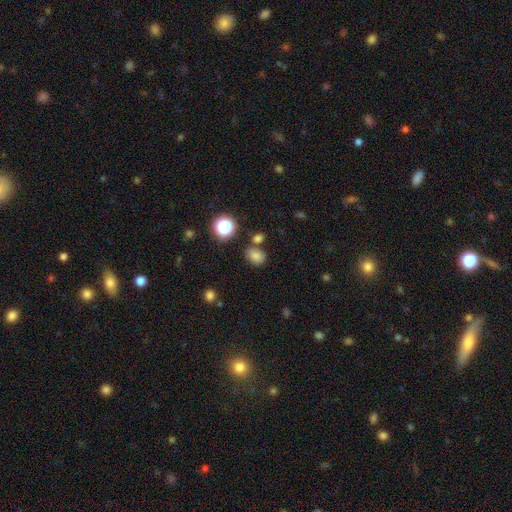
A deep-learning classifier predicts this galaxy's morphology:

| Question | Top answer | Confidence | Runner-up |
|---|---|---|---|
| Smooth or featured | smooth | 77% | star or artifact (16%) |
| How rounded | in between | 62% | round (36%) |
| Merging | none | 70% | merger (14%) |